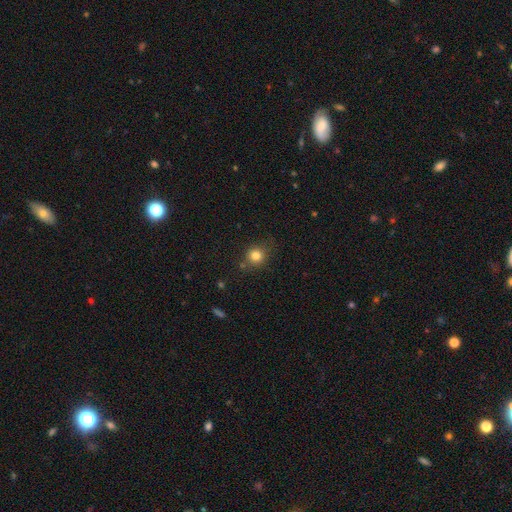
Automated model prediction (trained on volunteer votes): The model was most divided on "merging": none: 78%, minor disturbance: 14%, merger: 5%, major disturbance: 4%. More confident: how rounded — round (88%); smooth or featured — smooth (81%).